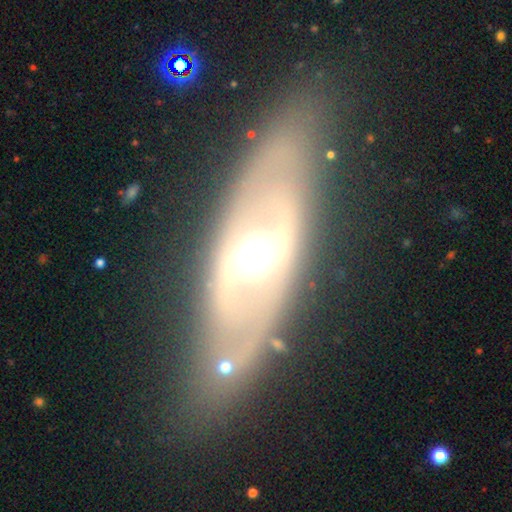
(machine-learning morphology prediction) Smooth or featured? Predicted: featured or disk (p=0.80). Edge-on disk? Predicted: no (p=0.81). Bar? Predicted: strong (p=0.39). Spiral arms? Predicted: yes (p=0.63). Bulge size? Predicted: moderate (p=0.57). Merging? Predicted: none (p=0.76).